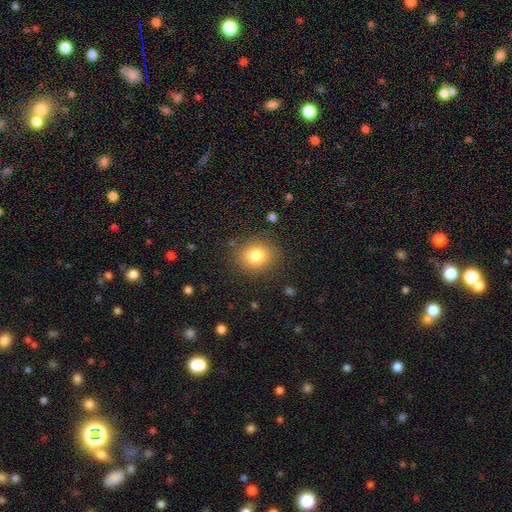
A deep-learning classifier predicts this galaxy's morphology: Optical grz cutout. It shows a smooth galaxy with no disk features (79%) that is round (68%). Merging: none (85%).